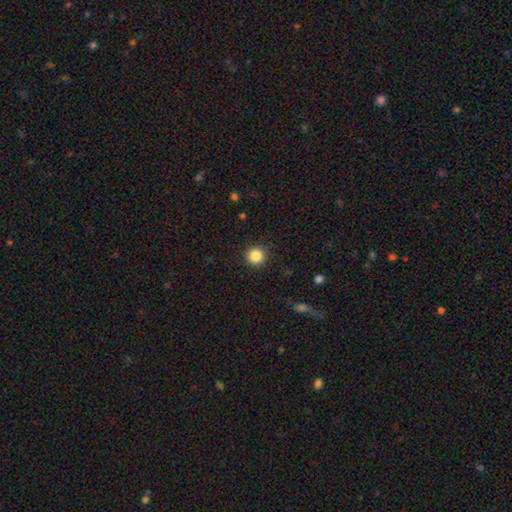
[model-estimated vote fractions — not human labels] smooth-or-featured: smooth: 85% | star or artifact: 10% | featured or disk: 4%
  how-rounded: round: 94% | in between: 5% | cigar-shaped: 1%
  merging: none: 91% | minor disturbance: 6% | major disturbance: 2% | merger: 1%